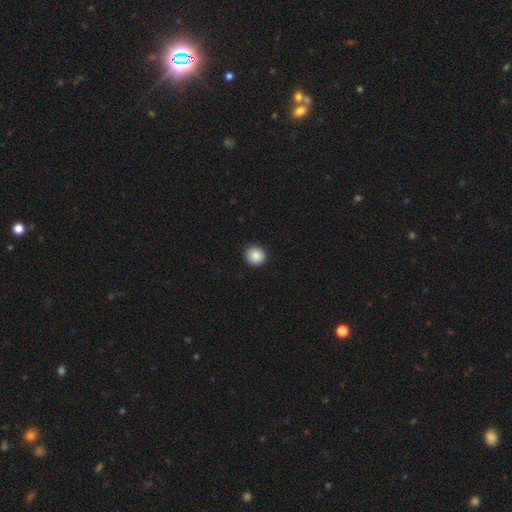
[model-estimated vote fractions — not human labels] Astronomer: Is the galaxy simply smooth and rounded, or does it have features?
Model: smooth — 87%.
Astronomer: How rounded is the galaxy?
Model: round — 94%.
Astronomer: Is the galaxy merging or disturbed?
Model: none — 92%.